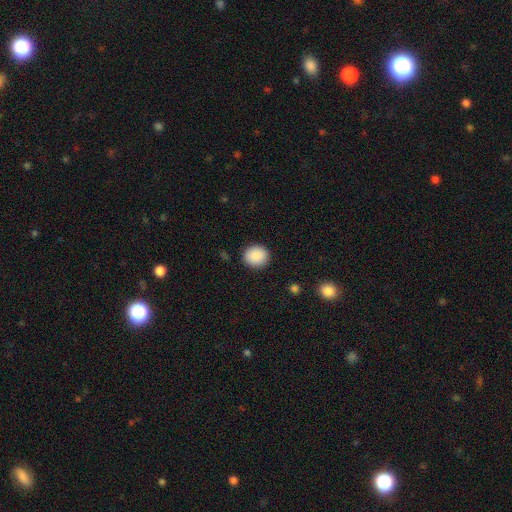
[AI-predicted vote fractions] Smooth or featured? smooth (89%)
How rounded? round (80%)
Merging? none (90%)